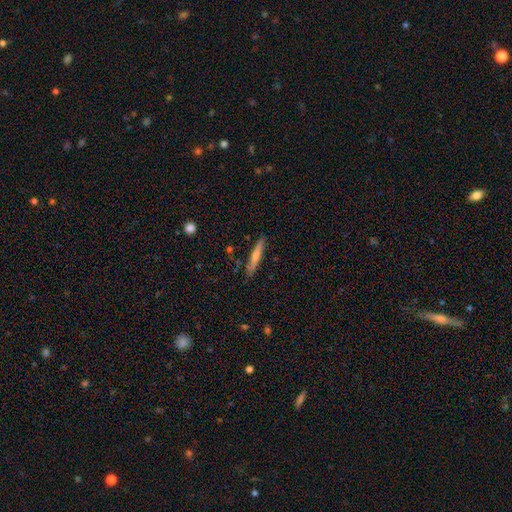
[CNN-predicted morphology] Overall: smooth (64%; featured or disk 30%). How rounded: cigar-shaped (92%). Merging: none (83%).